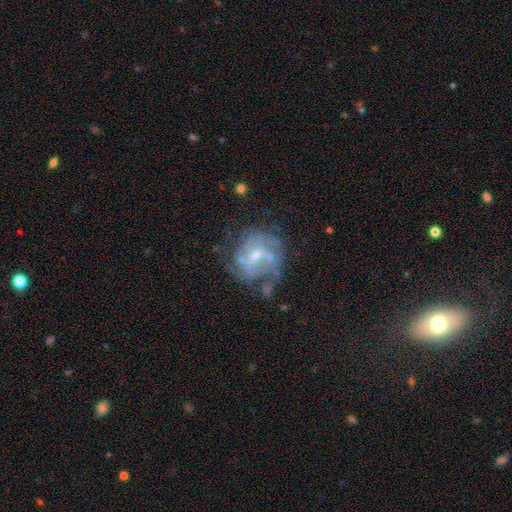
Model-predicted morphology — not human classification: Q: Smooth or featured?
A: featured or disk (76%); runner-up: smooth (15%)
Q: Edge-on disk?
A: no (97%); runner-up: yes (3%)
Q: Bar?
A: weak (49%); runner-up: no (40%)
Q: Spiral arms?
A: yes (75%); runner-up: no (25%)
Q: Spiral winding?
A: tight (44%); runner-up: medium (38%)
Q: Spiral arm count?
A: can't tell (43%); runner-up: 2 (23%)
Q: Bulge size?
A: moderate (48%); runner-up: small (46%)
Q: Merging?
A: none (57%); runner-up: minor disturbance (21%)